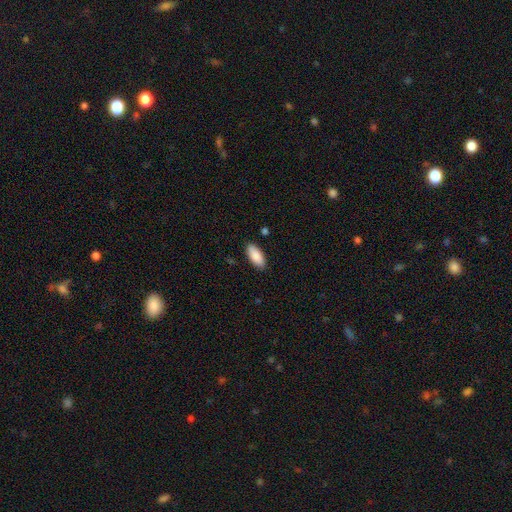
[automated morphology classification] Smooth or featured: smooth — 88% (featured or disk — 6%)
How rounded: in between — 87% (cigar-shaped — 11%)
Merging: none — 87% (minor disturbance — 9%)